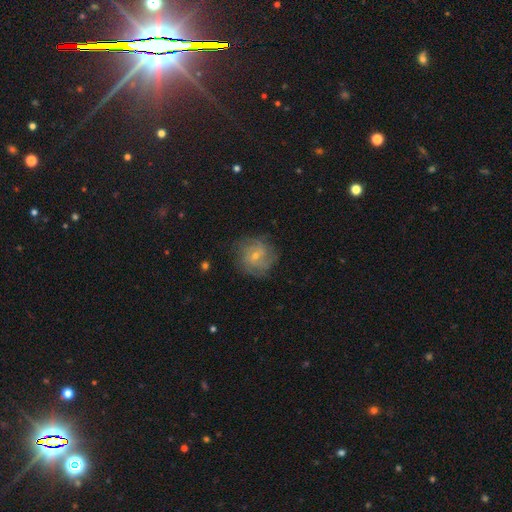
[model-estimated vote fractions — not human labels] Smooth or featured? Predicted: featured or disk (p=0.62). Edge-on disk? Predicted: no (p=0.97). Bar? Predicted: no (p=0.62). Spiral arms? Predicted: yes (p=0.82). Bulge size? Predicted: small (p=0.69). Merging? Predicted: none (p=0.74).